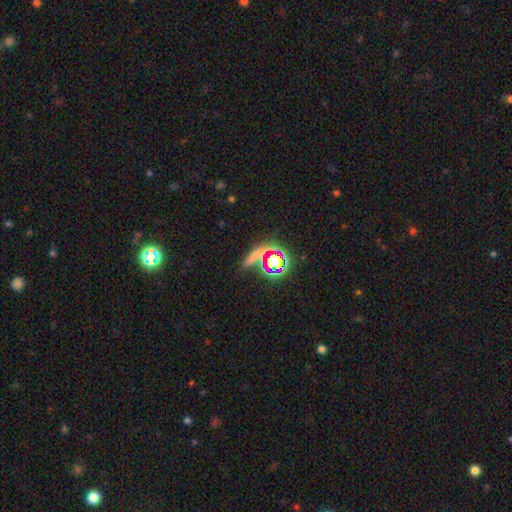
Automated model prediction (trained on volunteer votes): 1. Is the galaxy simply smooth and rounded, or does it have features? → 46% star or artifact, 38% smooth, 16% featured or disk.